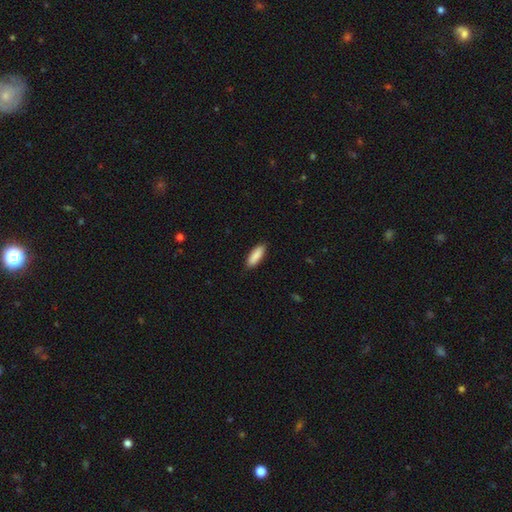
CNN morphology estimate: Smooth or featured? smooth (89%)
How rounded? in between (62%)
Merging? none (87%)